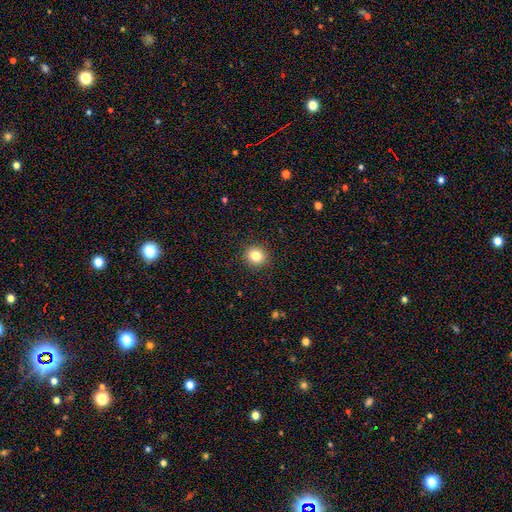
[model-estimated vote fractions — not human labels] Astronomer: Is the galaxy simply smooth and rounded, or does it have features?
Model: smooth — 83%.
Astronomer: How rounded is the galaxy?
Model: round — 84%.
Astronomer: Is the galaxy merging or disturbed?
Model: none — 91%.